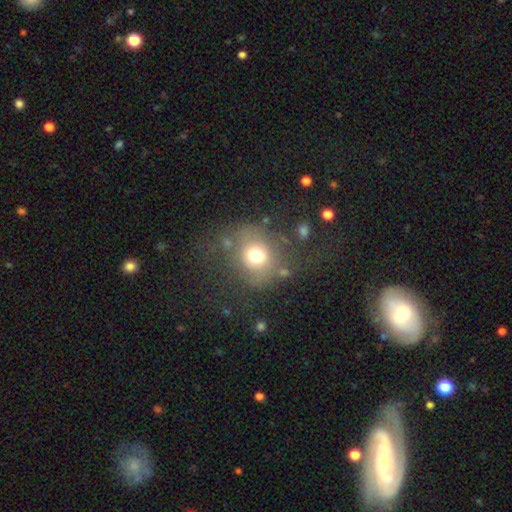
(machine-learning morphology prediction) Overall: smooth (69%). How rounded: round (77%). Merging: none (65%).